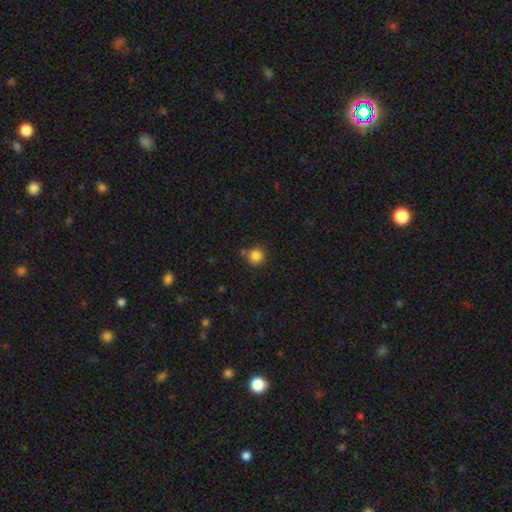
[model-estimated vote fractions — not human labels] Smooth or featured: smooth — 84% (star or artifact — 11%)
How rounded: round — 92% (in between — 7%)
Merging: none — 74% (minor disturbance — 13%)